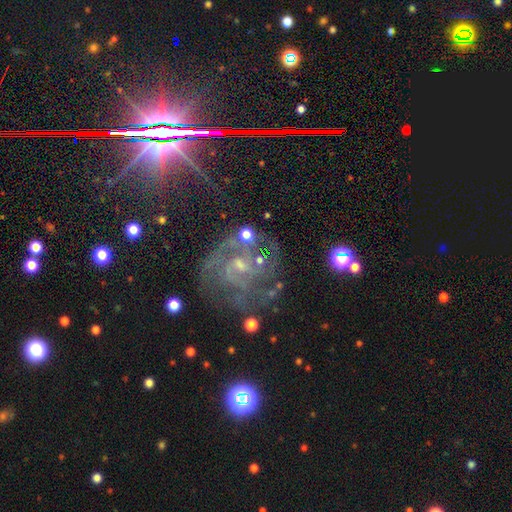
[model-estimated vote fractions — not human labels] Smooth or featured? Predicted: featured or disk (p=0.71). Edge-on disk? Predicted: no (p=0.96). Bar? Predicted: no (p=0.54). Spiral arms? Predicted: yes (p=0.91). Spiral winding? Predicted: tight (p=0.61). Spiral arm count? Predicted: can't tell (p=0.35). Bulge size? Predicted: small (p=0.70). Merging? Predicted: none (p=0.68).